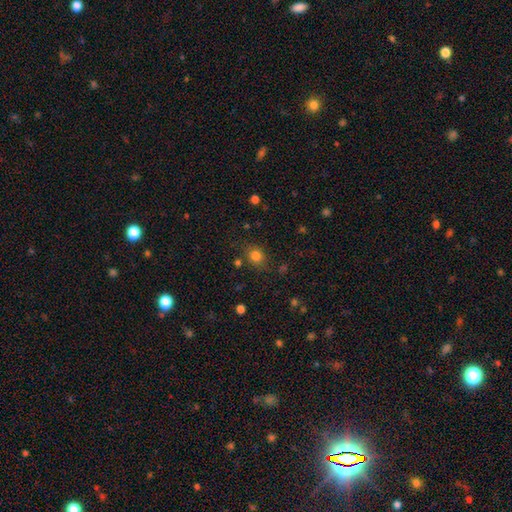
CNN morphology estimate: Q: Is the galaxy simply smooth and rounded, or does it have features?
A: smooth — 80%.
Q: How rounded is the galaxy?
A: round — 67%.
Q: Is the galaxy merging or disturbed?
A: none — 78%.